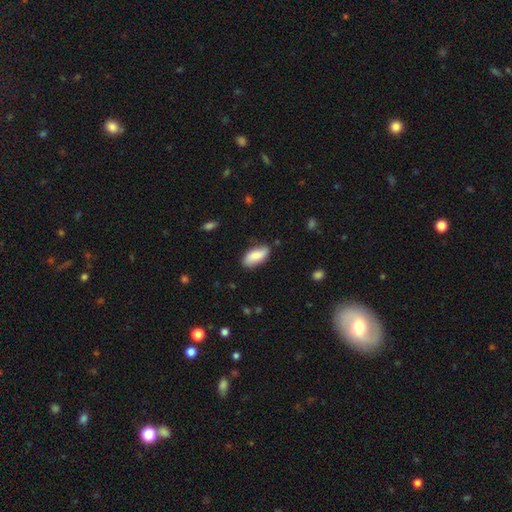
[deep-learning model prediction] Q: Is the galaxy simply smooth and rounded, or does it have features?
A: smooth — 79%.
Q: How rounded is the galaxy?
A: in between — 89%.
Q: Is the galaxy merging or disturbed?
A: none — 77%.